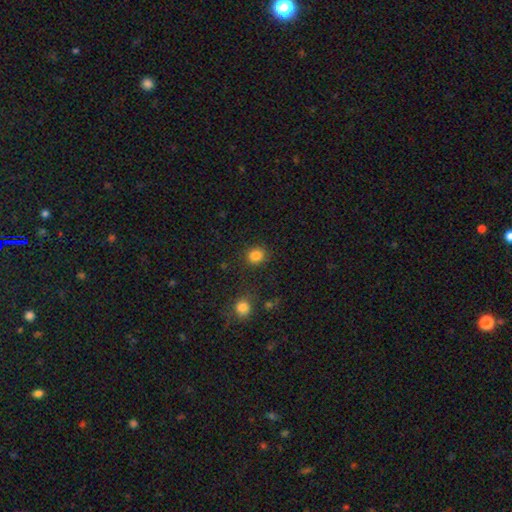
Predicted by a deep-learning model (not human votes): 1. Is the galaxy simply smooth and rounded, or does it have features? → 85% smooth, 11% star or artifact, 4% featured or disk.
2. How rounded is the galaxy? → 85% round, 14% in between, 1% cigar-shaped.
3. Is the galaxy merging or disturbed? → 87% none, 7% minor disturbance, 3% major disturbance, 2% merger.